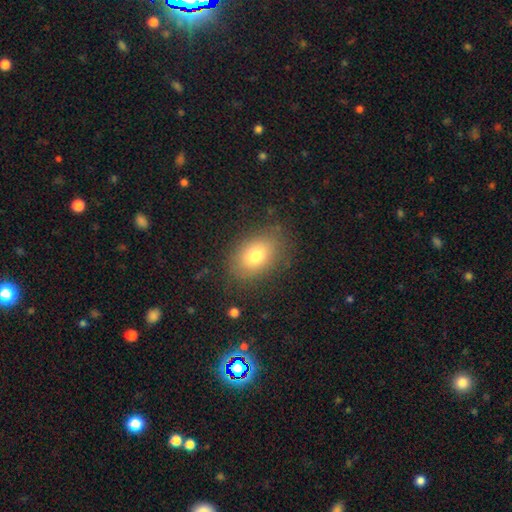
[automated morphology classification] Q: Smooth or featured?
A: smooth (76%); runner-up: featured or disk (13%)
Q: How rounded?
A: in between (81%); runner-up: round (18%)
Q: Merging?
A: none (83%); runner-up: minor disturbance (12%)